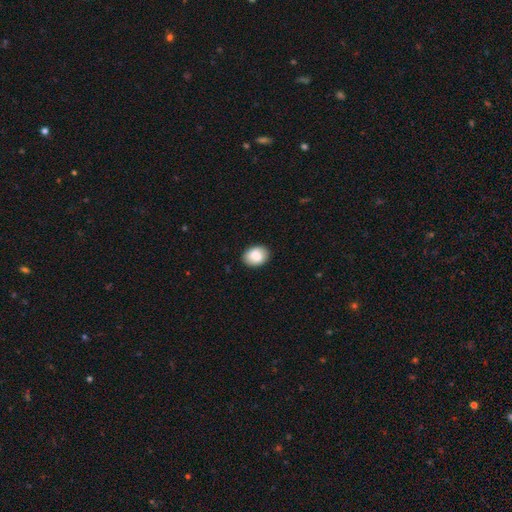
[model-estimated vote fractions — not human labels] Morphology: type=smooth (85%); roundness=in between (71%); merging=none (87%).